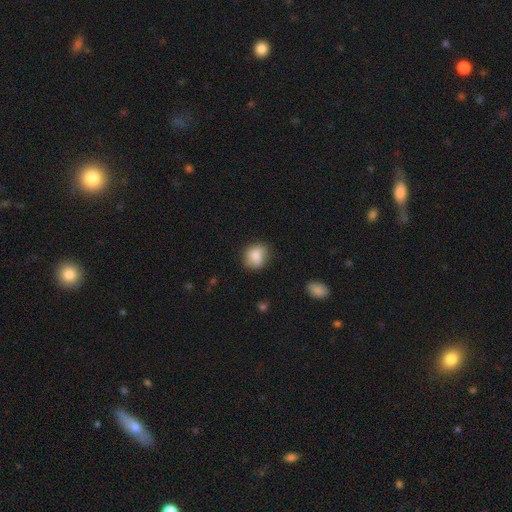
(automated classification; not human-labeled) A smooth galaxy with no disk features (79%) that is round (67%).

Vote fractions:
- Smooth or featured? smooth: 79% / featured or disk: 13% / star or artifact: 8%
- How rounded? round: 67% / in between: 32% / cigar-shaped: 1%
- Merging? none: 68% / minor disturbance: 24% / major disturbance: 6% / merger: 2%